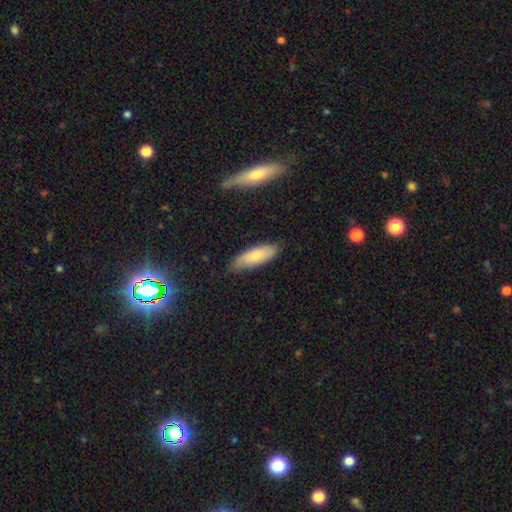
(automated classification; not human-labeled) Smooth or featured? smooth (72%)
How rounded? in between (65%)
Merging? none (75%)